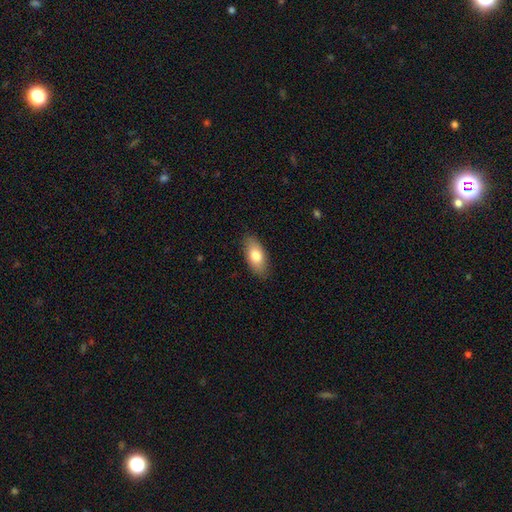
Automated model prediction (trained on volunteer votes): Q: Smooth or featured?
A: smooth (78%); runner-up: featured or disk (16%)
Q: How rounded?
A: in between (89%); runner-up: cigar-shaped (8%)
Q: Merging?
A: none (86%); runner-up: minor disturbance (11%)